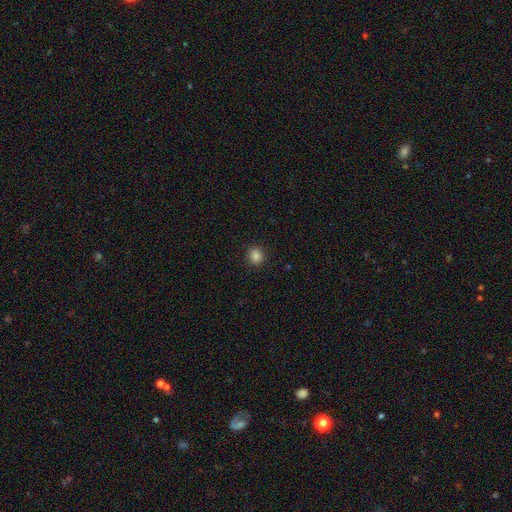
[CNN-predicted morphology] Smooth or featured?
  - smooth: 86% *
  - star or artifact: 11%
  - featured or disk: 3%
How rounded?
  - round: 84% *
  - in between: 15%
  - cigar-shaped: 1%
Merging?
  - none: 92% *
  - minor disturbance: 5%
  - major disturbance: 2%
  - merger: 1%